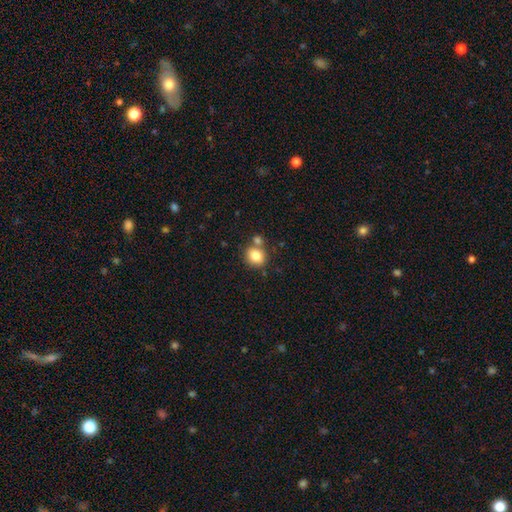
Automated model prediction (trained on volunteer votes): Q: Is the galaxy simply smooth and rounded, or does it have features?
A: smooth — 82%.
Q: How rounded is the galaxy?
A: round — 71%.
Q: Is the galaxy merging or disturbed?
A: none — 64%.